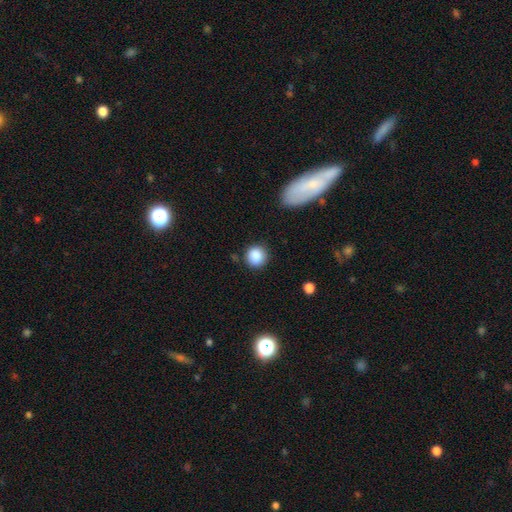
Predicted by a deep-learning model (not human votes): The model was most divided on "merging": none: 86%, minor disturbance: 9%, major disturbance: 3%, merger: 2%. More confident: how rounded — round (92%); smooth or featured — smooth (88%).